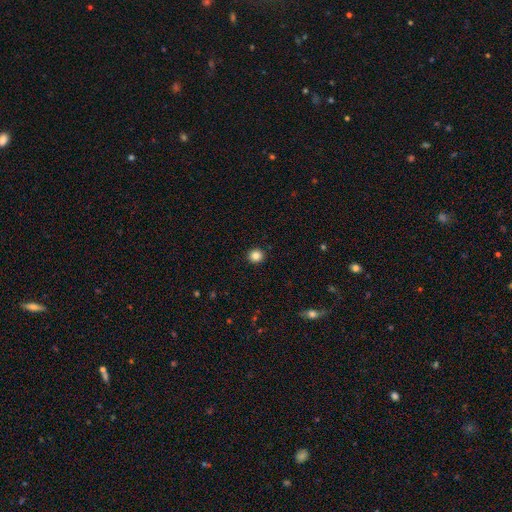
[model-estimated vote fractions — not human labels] Morphology: type=smooth (84%); roundness=round (93%); merging=none (93%).